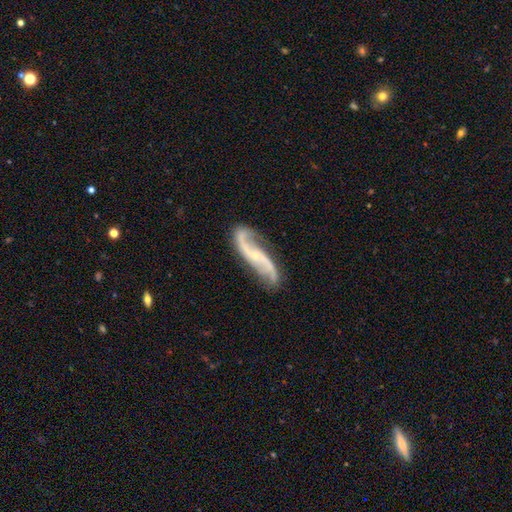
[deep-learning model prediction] smooth-or-featured: featured or disk: 89% | smooth: 6% | star or artifact: 5%
  disk-edge-on: no: 91% | yes: 9%
    bar: no: 50% | weak: 30% | strong: 20%
    has-spiral-arms: yes: 97% | no: 3%
      spiral-winding: loose: 71% | medium: 22% | tight: 7%
      spiral-arm-count: 2: 92% | can't tell: 2% | 3: 2% | 1: 1% | 4: 1% | more than 4: 1%
    bulge-size: small: 76% | moderate: 17% | none: 6% | large: 1% | dominant: 1%
  merging: none: 77% | minor disturbance: 15% | major disturbance: 5% | merger: 2%